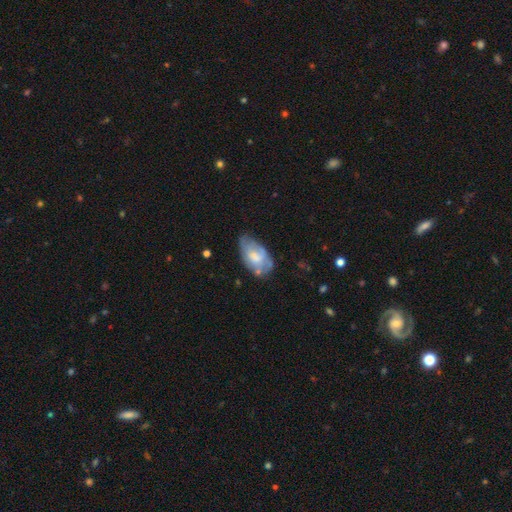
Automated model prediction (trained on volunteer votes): Smooth or featured: smooth — 51% (featured or disk — 42%)
How rounded: in between — 94% (round — 5%)
Merging: none — 44% (minor disturbance — 37%)